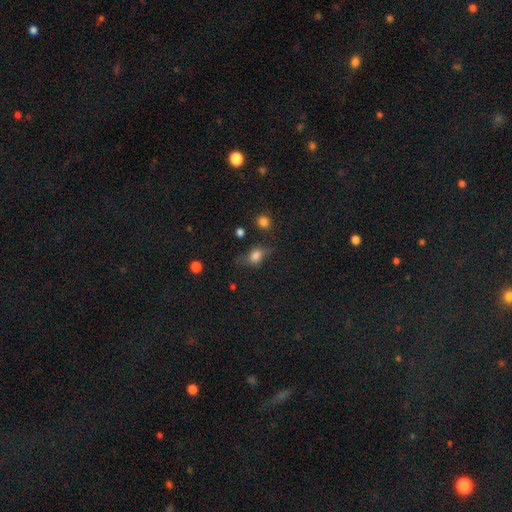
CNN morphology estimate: A smooth galaxy with no disk features (66%) that is in between round and cigar-shaped (59%).

Vote fractions:
- Smooth or featured? smooth: 66% / featured or disk: 21% / star or artifact: 13%
- How rounded? in between: 59% / round: 36% / cigar-shaped: 5%
- Merging? none: 56% / minor disturbance: 27% / major disturbance: 14% / merger: 3%